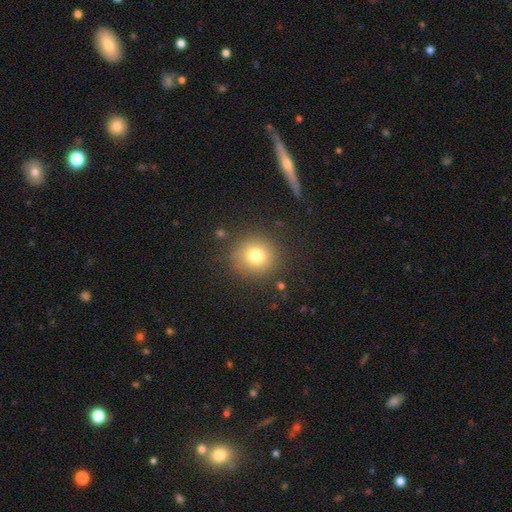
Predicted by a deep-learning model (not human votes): The model was most divided on "smooth or featured": smooth: 76%, star or artifact: 13%, featured or disk: 10%. More confident: how rounded — round (92%); merging — none (87%).